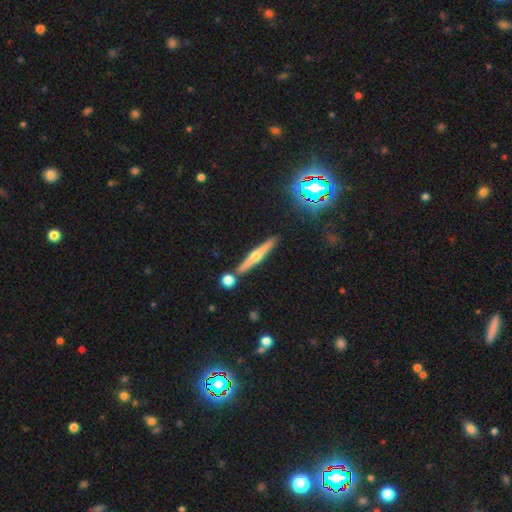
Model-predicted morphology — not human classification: Overall: featured or disk (64%; smooth 27%). Edge-on disk: yes (97%). Edge-on bulge: rounded (89%). Merging: none (84%).